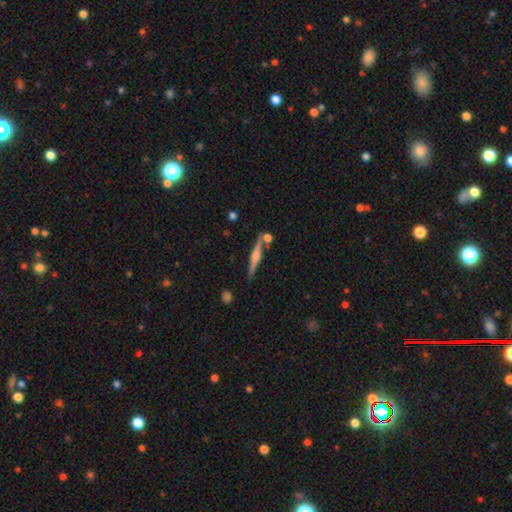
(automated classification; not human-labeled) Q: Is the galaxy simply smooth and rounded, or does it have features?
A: featured or disk — 69%.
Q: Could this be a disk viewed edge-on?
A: yes — 97%.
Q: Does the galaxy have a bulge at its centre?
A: rounded — 82%.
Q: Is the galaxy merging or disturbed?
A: none — 78%.